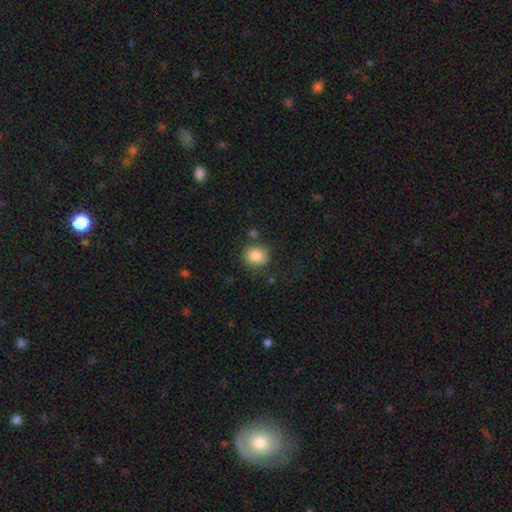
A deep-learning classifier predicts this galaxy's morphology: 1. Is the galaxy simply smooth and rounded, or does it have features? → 85% smooth, 9% star or artifact, 6% featured or disk.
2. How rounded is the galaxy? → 79% round, 20% in between, 1% cigar-shaped.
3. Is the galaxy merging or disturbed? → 80% none, 12% minor disturbance, 4% merger, 4% major disturbance.